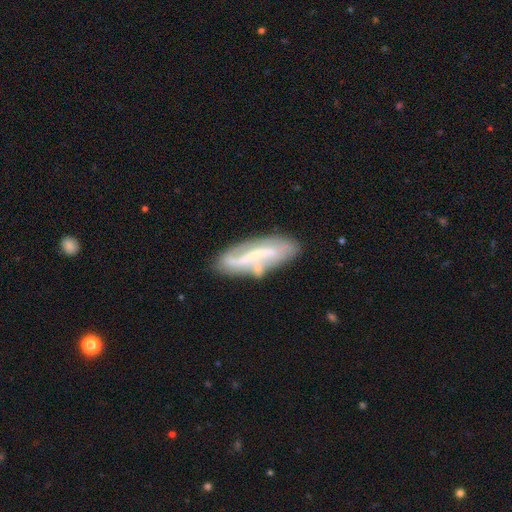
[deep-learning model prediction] This is likely a featured or disk galaxy (66%). It is likely not viewed edge-on (79%). Bar: possibly strong (45%). Spiral arm pattern: likely yes (74%). Central bulge: possibly small (46%). Merging: likely none (64%).